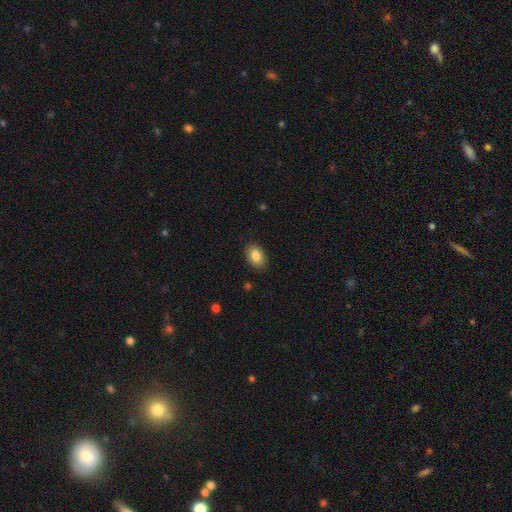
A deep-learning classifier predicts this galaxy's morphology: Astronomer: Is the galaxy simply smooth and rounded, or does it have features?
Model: smooth — 86%.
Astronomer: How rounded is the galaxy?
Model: in between — 85%.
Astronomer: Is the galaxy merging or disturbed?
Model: none — 87%.